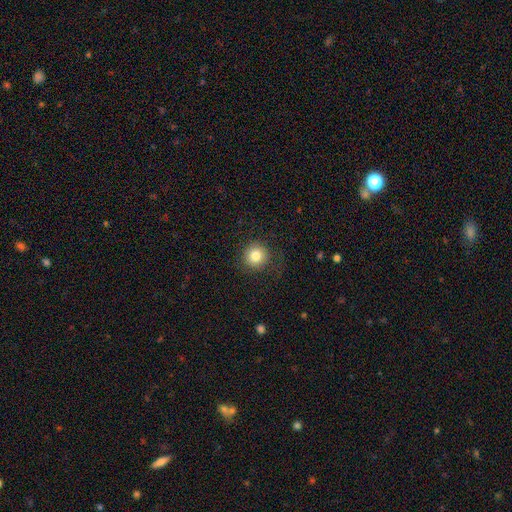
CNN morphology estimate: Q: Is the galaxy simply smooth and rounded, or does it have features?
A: smooth — 82%.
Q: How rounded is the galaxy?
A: round — 93%.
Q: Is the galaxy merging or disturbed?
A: none — 84%.